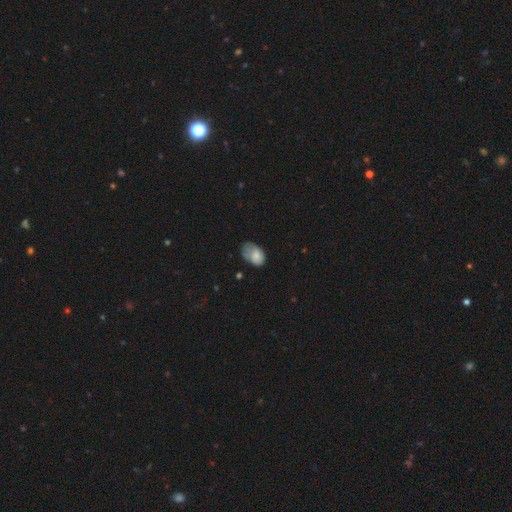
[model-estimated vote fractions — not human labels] Q: Smooth or featured?
A: smooth (74%); runner-up: featured or disk (17%)
Q: How rounded?
A: in between (84%); runner-up: round (15%)
Q: Merging?
A: minor disturbance (40%); runner-up: none (34%)